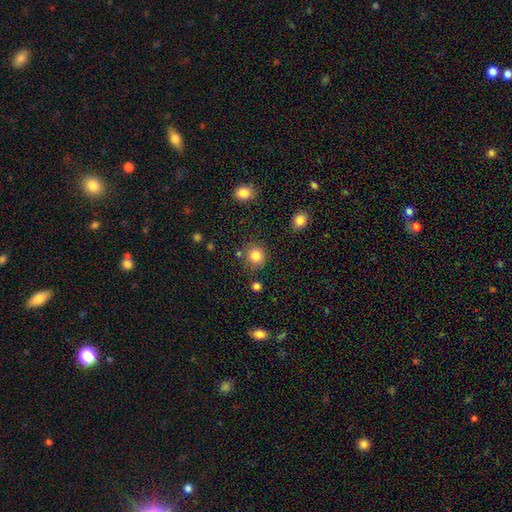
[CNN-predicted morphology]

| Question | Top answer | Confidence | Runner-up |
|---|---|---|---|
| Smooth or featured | smooth | 84% | star or artifact (11%) |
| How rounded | round | 89% | in between (10%) |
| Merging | none | 81% | minor disturbance (10%) |